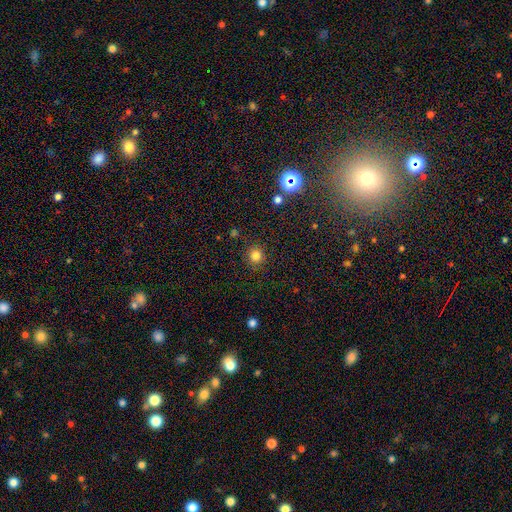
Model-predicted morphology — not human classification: smooth 82%, star or artifact 13%, featured or disk 5%. Down the decision tree: how rounded — round (91%); merging — none (89%).